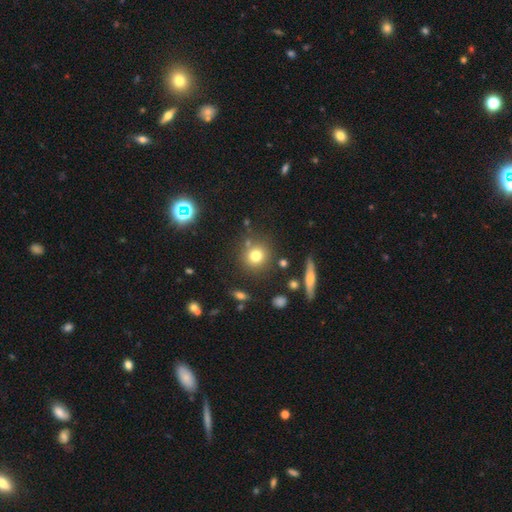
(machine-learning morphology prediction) smooth 75%, star or artifact 14%, featured or disk 11%. Down the decision tree: how rounded — round (89%); merging — none (78%).